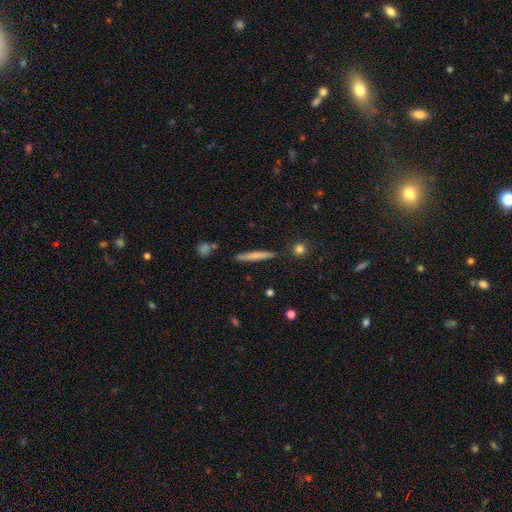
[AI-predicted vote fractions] Morphology: type=smooth (68%); roundness=cigar-shaped (95%); merging=none (87%).